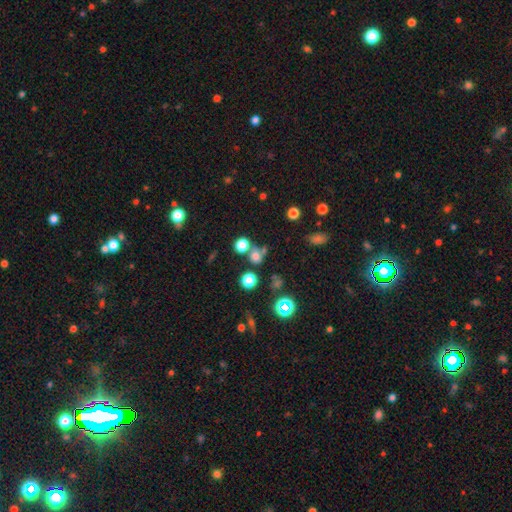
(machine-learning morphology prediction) A smooth galaxy with no disk features (66%) that is round (83%).

Vote fractions:
- Smooth or featured? smooth: 66% / star or artifact: 25% / featured or disk: 9%
- How rounded? round: 83% / in between: 15% / cigar-shaped: 1%
- Merging? none: 62% / merger: 24% / minor disturbance: 10% / major disturbance: 5%